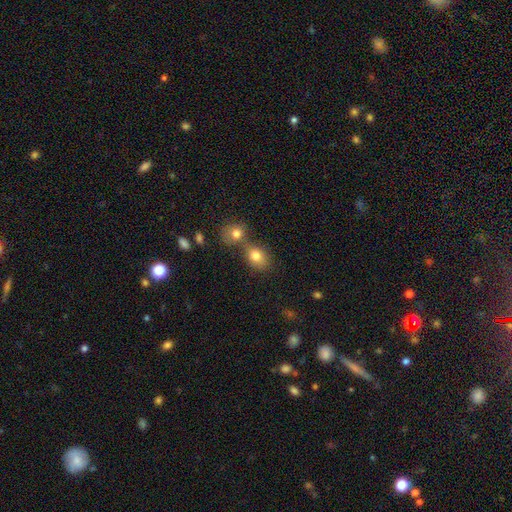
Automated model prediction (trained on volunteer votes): Q: Smooth or featured?
A: smooth (79%); runner-up: star or artifact (11%)
Q: How rounded?
A: in between (54%); runner-up: round (45%)
Q: Merging?
A: merger (43%); runner-up: none (42%)